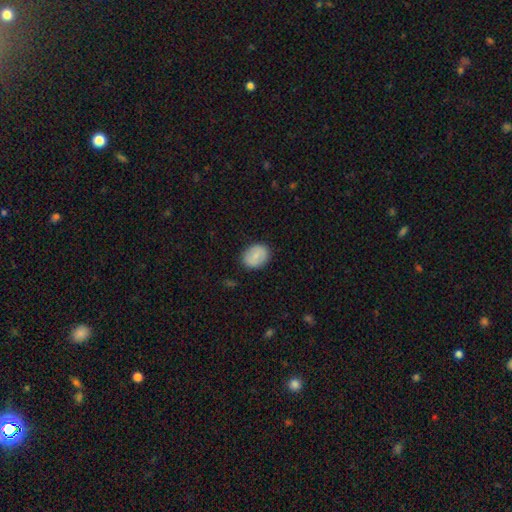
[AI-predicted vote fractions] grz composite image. It shows a smooth galaxy with no disk features (73%) that is in between round and cigar-shaped (50%). Merging: none (86%).